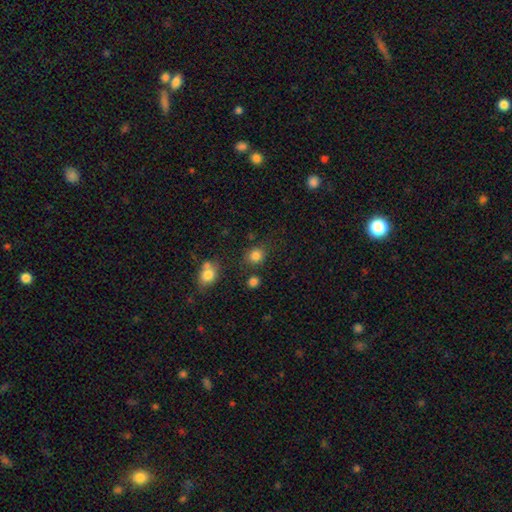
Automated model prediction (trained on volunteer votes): smooth 82%, star or artifact 13%, featured or disk 5%. Down the decision tree: how rounded — round (81%); merging — none (77%).